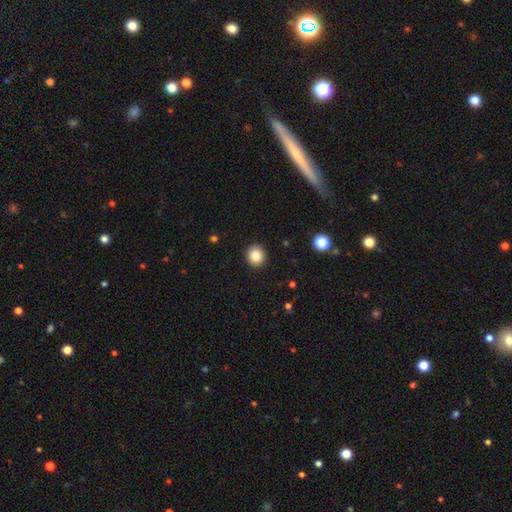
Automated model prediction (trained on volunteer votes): Smooth or featured? Predicted: smooth (p=0.85). How rounded? Predicted: round (p=0.87). Merging? Predicted: none (p=0.92).